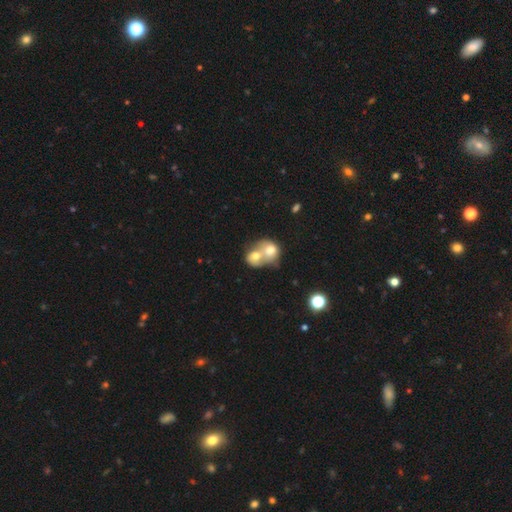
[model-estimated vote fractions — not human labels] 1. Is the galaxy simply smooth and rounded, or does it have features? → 64% smooth, 27% featured or disk, 8% star or artifact.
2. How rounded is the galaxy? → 61% round, 38% in between, 1% cigar-shaped.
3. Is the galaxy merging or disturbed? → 83% merger, 11% none, 4% minor disturbance, 3% major disturbance.